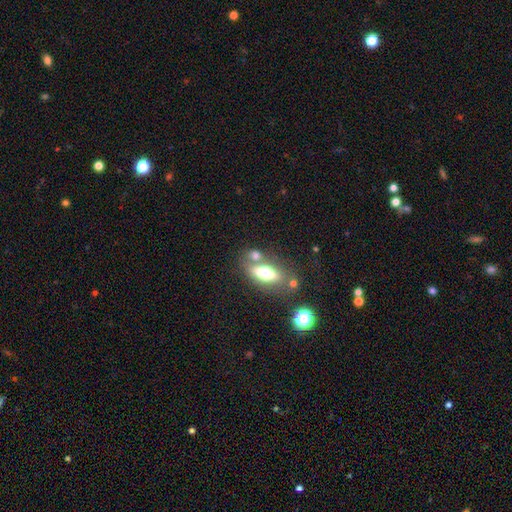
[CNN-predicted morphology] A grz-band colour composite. It shows a smooth galaxy with no disk features (61%) that is in between round and cigar-shaped (67%). Merging: none (57%).